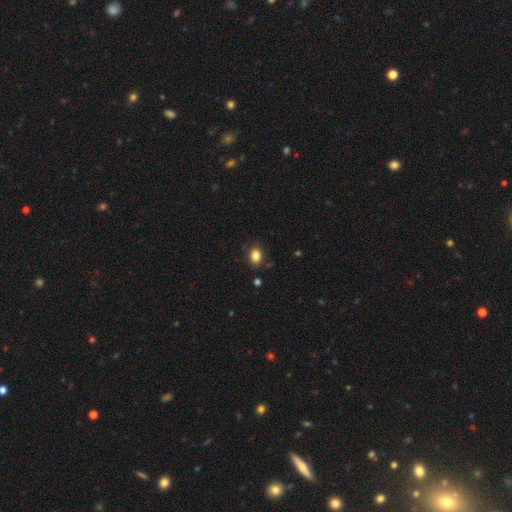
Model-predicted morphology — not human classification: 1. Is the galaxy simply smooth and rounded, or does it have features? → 85% smooth, 10% star or artifact, 5% featured or disk.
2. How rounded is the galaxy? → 68% in between, 30% round, 1% cigar-shaped.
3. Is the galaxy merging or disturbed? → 85% none, 10% minor disturbance, 3% major disturbance, 2% merger.